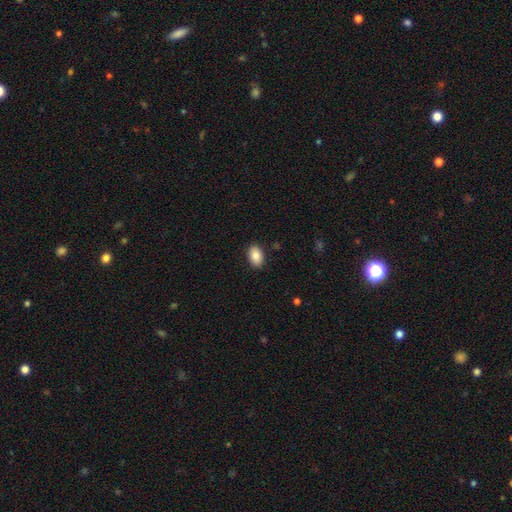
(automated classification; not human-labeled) Q: Smooth or featured?
A: smooth (85%); runner-up: featured or disk (8%)
Q: How rounded?
A: in between (90%); runner-up: round (9%)
Q: Merging?
A: none (89%); runner-up: minor disturbance (8%)